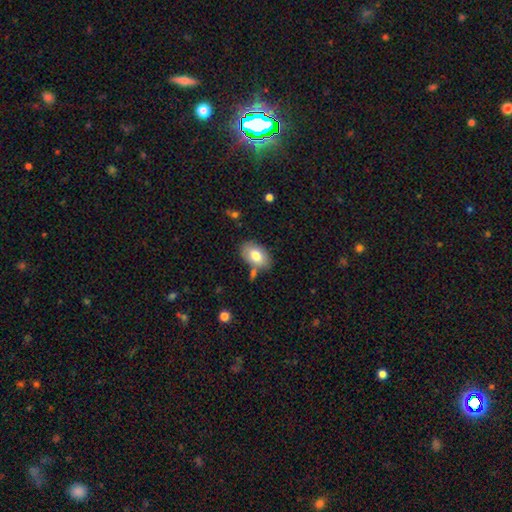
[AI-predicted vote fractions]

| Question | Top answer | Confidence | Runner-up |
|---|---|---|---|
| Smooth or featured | smooth | 75% | featured or disk (18%) |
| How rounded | in between | 91% | round (8%) |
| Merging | none | 73% | minor disturbance (15%) |